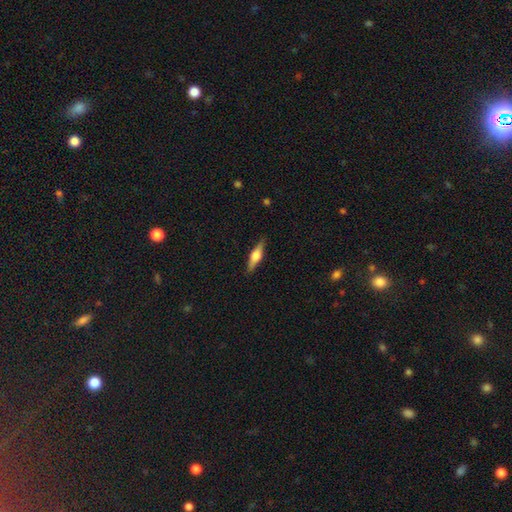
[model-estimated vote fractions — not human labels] This is possibly a featured or disk galaxy (56%). It is clearly viewed edge-on (95%). Edge-on bulge: clearly rounded (89%). Merging: clearly none (88%).